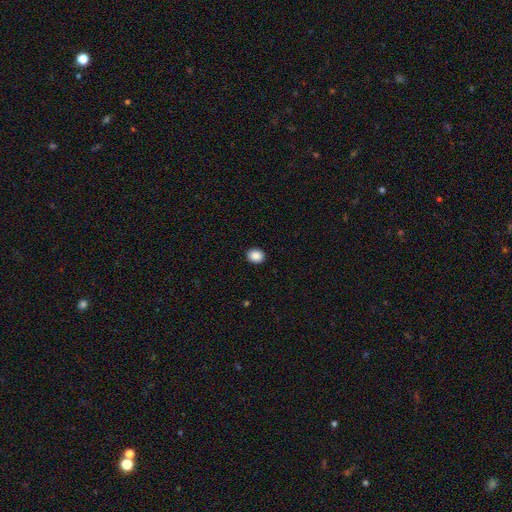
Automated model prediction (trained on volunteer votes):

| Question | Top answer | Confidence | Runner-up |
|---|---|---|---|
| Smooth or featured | smooth | 89% | star or artifact (8%) |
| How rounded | round | 58% | in between (41%) |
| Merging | none | 92% | minor disturbance (6%) |